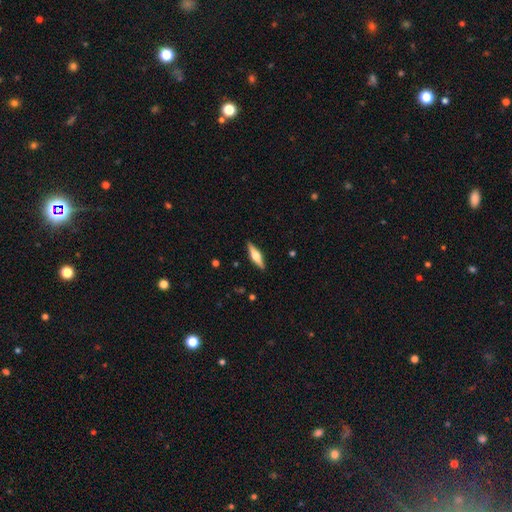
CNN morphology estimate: A featured or disk galaxy (61%) viewed edge-on (96%) with a rounded central bulge (92%).

Vote fractions:
- Smooth or featured? featured or disk: 61% / smooth: 34% / star or artifact: 5%
- Edge-on disk? yes: 96% / no: 4%
- Edge-on bulge? rounded: 92% / boxy: 6% / none: 2%
- Merging? none: 90% / minor disturbance: 7% / major disturbance: 2% / merger: 1%